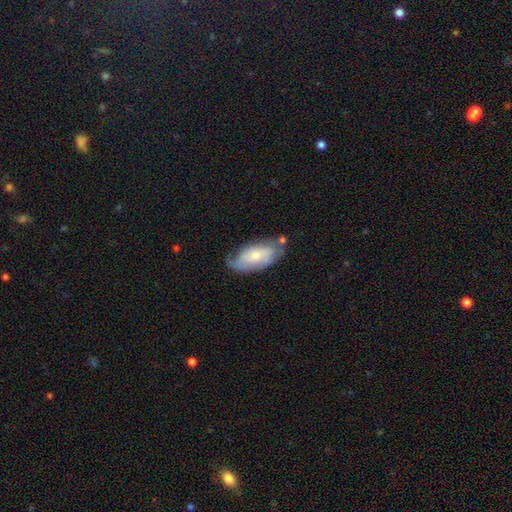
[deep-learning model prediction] Smooth or featured? Predicted: smooth (p=0.53). How rounded? Predicted: in between (p=0.89). Merging? Predicted: none (p=0.53).